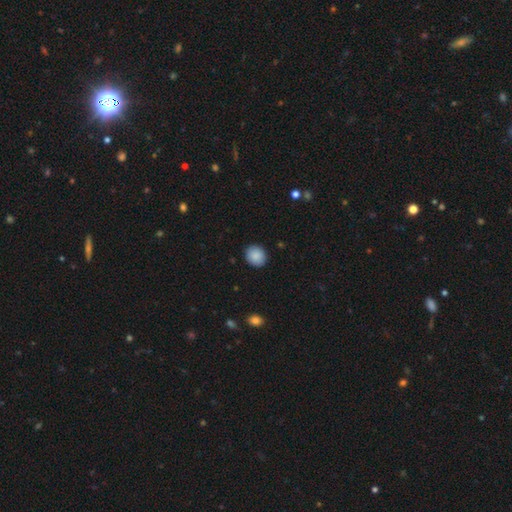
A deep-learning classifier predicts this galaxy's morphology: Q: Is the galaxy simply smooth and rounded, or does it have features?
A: smooth — 89%.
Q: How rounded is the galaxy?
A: round — 79%.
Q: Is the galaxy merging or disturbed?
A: none — 91%.